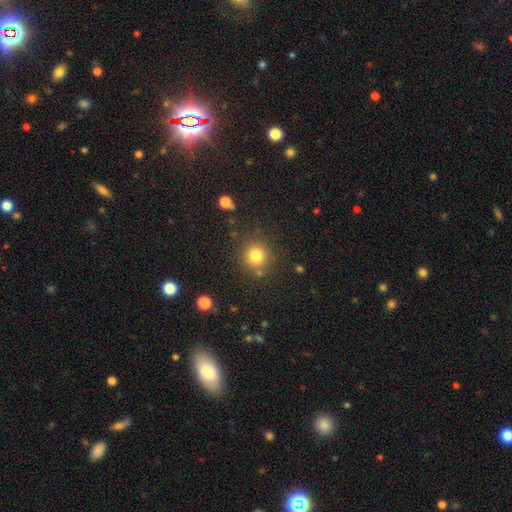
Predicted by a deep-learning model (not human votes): smooth_or_featured: smooth (p=0.80) [alt: star or artifact p=0.13]
how_rounded: round (p=0.92) [alt: in between p=0.07]
merging: none (p=0.83) [alt: minor disturbance p=0.09]